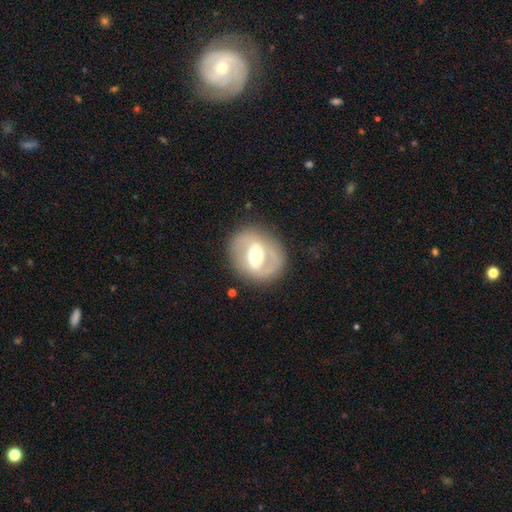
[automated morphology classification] Overall: featured or disk (70%). Edge-on disk: no (95%). Bar: strong (41%; weak 39%). Spiral arms: yes (53%; no 47%). Bulge size: moderate (67%). Merging: none (81%).